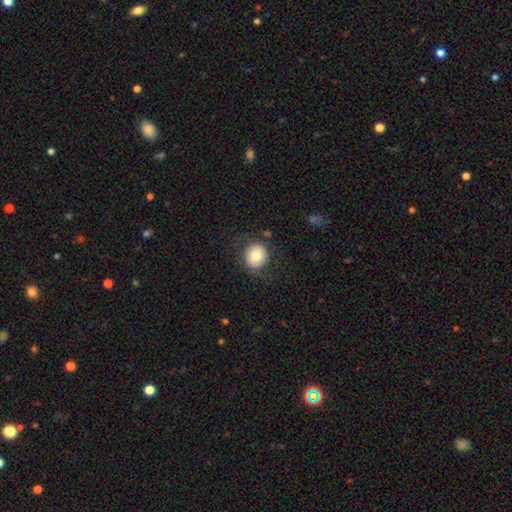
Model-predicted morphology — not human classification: smooth 74%, featured or disk 18%, star or artifact 9%. Down the decision tree: how rounded — round (87%); merging — none (81%).